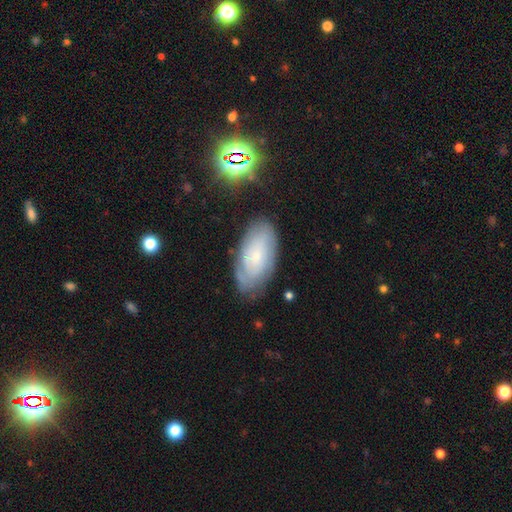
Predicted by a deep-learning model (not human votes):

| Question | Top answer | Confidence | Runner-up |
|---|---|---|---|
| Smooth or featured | featured or disk | 55% | smooth (35%) |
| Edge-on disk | no | 92% | yes (8%) |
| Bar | no | 78% | weak (18%) |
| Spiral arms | yes | 78% | no (22%) |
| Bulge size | small | 77% | moderate (17%) |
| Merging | none | 75% | minor disturbance (18%) |